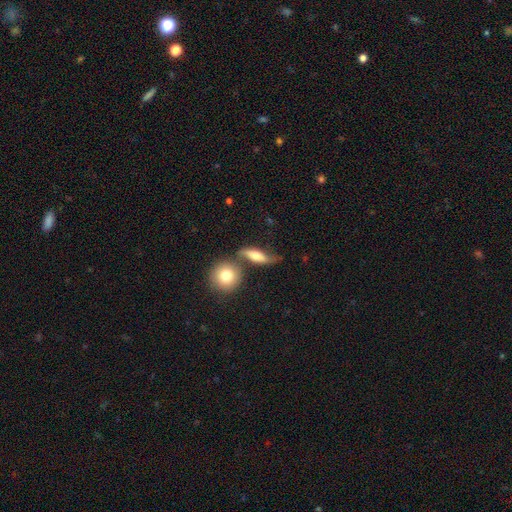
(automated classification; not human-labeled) This is possibly a smooth galaxy (52%). How rounded: possibly in between (51%). Merging: possibly none (50%).